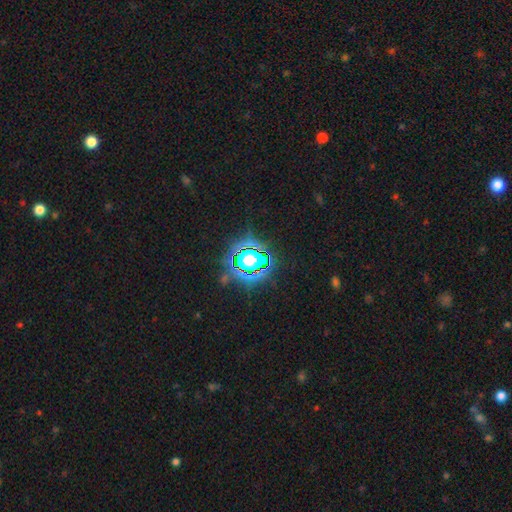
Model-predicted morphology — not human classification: This is likely a star or artifact rather than a galaxy (69%).